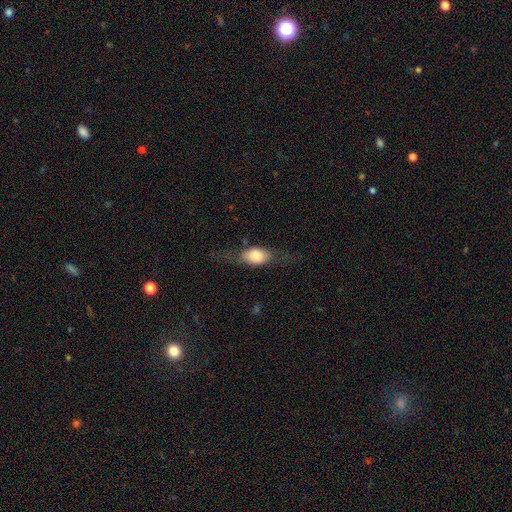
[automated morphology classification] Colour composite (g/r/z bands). It shows a smooth galaxy with no disk features (57%) that is in between round and cigar-shaped (71%). Merging: none (61%).